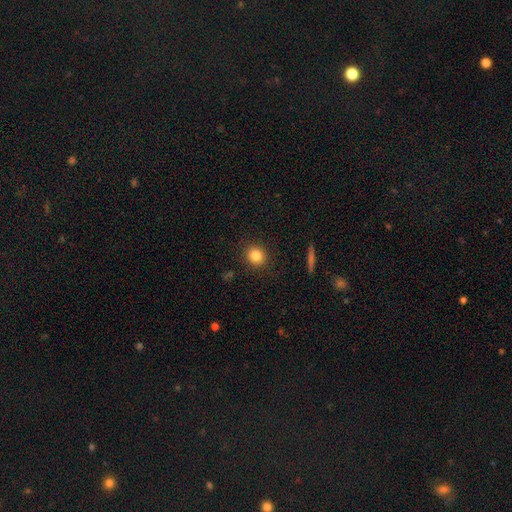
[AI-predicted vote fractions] smooth 83%, star or artifact 11%, featured or disk 6%. Down the decision tree: how rounded — round (86%); merging — none (89%).